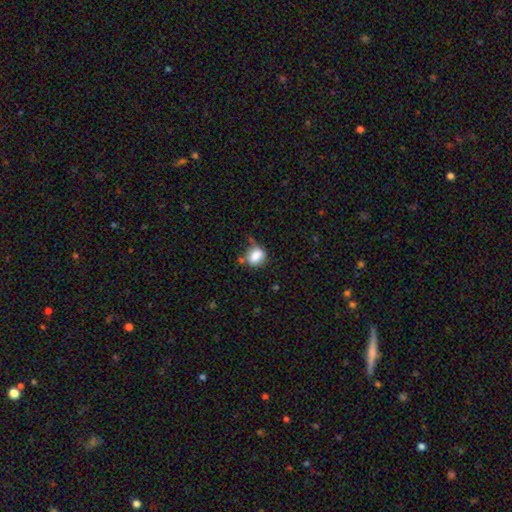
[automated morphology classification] A smooth galaxy with no disk features (81%) that is in between round and cigar-shaped (50%).

Vote fractions:
- Smooth or featured? smooth: 81% / featured or disk: 10% / star or artifact: 10%
- How rounded? in between: 50% / round: 48% / cigar-shaped: 2%
- Merging? none: 51% / minor disturbance: 30% / major disturbance: 10% / merger: 9%